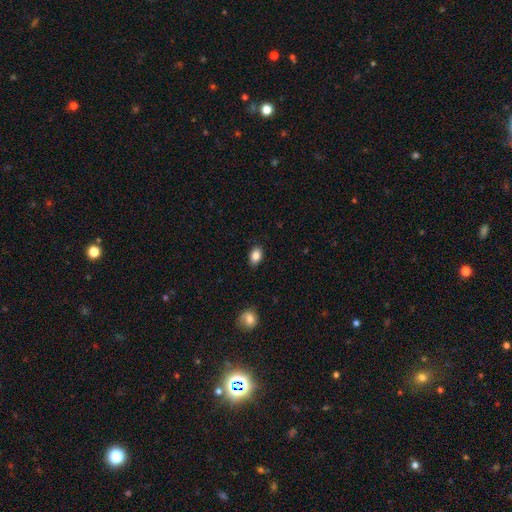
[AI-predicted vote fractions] Morphology: type=smooth (86%); roundness=in between (83%); merging=none (85%).